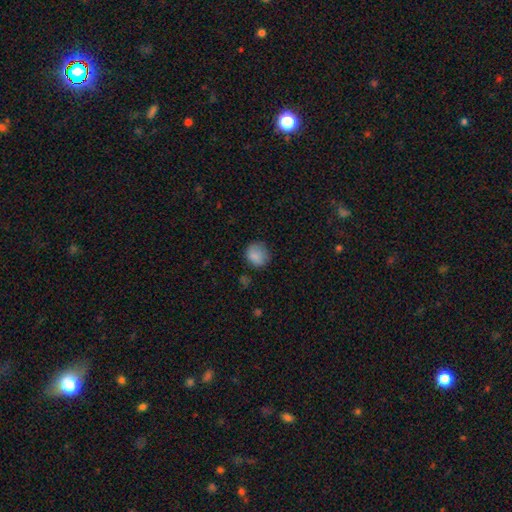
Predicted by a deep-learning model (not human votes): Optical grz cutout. It shows a smooth galaxy with no disk features (85%) that is round (78%). Merging: none (72%).